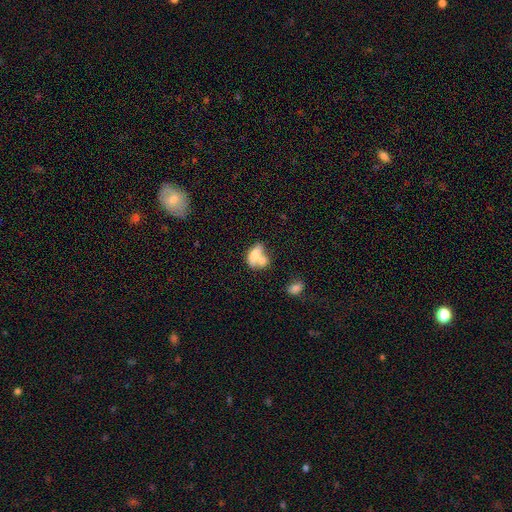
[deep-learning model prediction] smooth_or_featured: smooth (p=0.70) [alt: featured or disk p=0.22]
how_rounded: in between (p=0.84) [alt: round p=0.11]
merging: merger (p=0.60) [alt: none p=0.22]